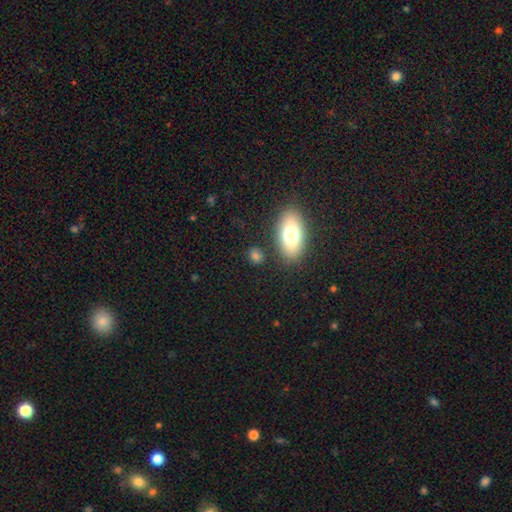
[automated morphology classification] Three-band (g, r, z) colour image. It shows a smooth galaxy with no disk features (76%) that is in between round and cigar-shaped (54%). Merging: none (78%).